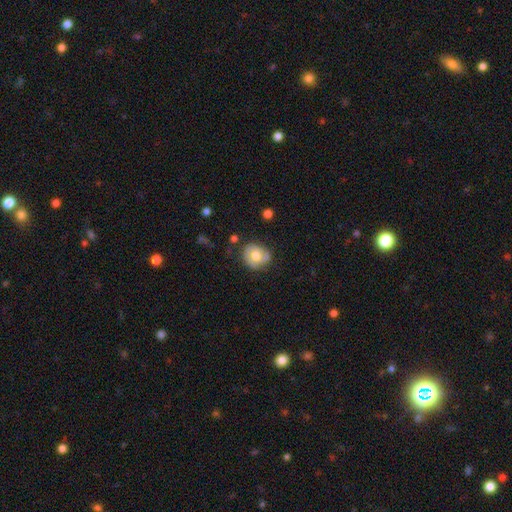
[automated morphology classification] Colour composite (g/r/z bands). It shows a smooth galaxy with no disk features (59%) that is round (74%). Merging: none (65%).